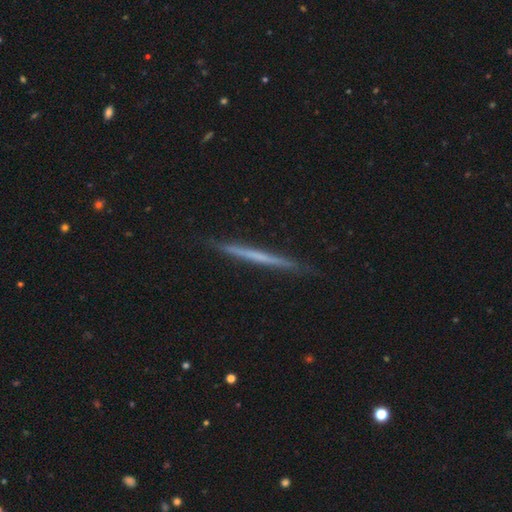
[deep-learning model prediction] Overall: featured or disk (54%; smooth 41%). Edge-on disk: yes (98%). Edge-on bulge: none (91%). Merging: none (90%).